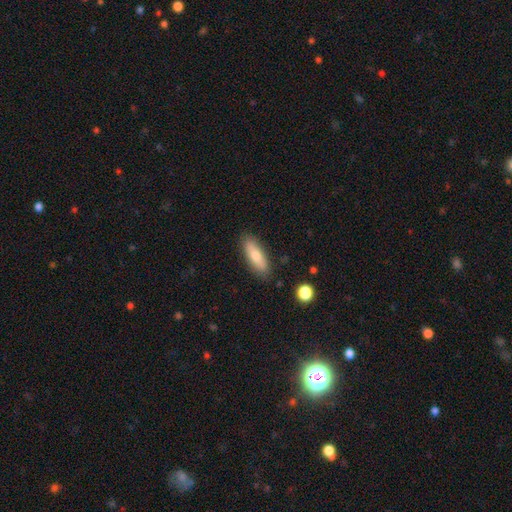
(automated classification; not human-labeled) Smooth or featured: smooth — 75% (featured or disk — 19%)
How rounded: in between — 54% (cigar-shaped — 44%)
Merging: none — 85% (minor disturbance — 11%)